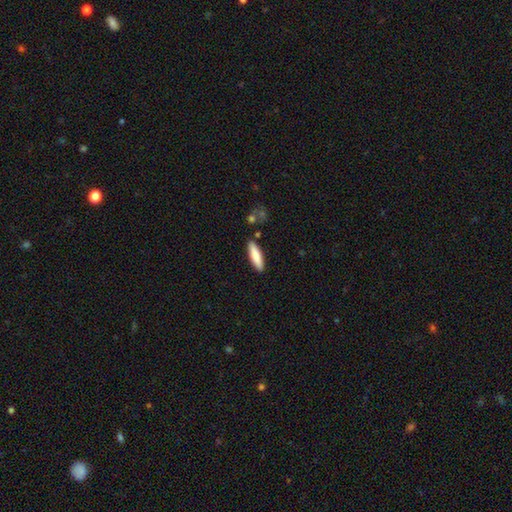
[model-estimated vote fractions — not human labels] Smooth or featured?
  - smooth: 82% *
  - featured or disk: 13%
  - star or artifact: 5%
How rounded?
  - cigar-shaped: 66% *
  - in between: 32%
  - round: 2%
Merging?
  - none: 87% *
  - minor disturbance: 9%
  - merger: 2%
  - major disturbance: 2%